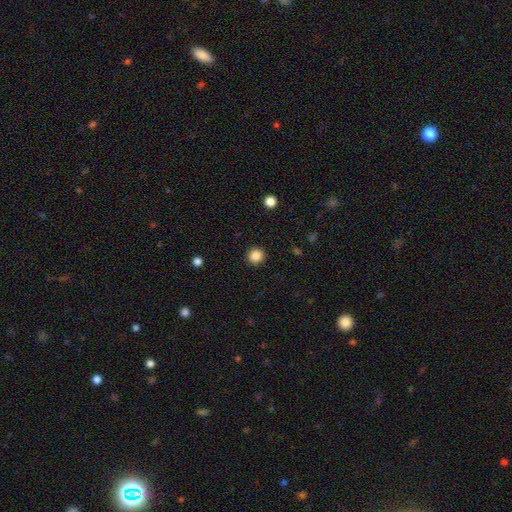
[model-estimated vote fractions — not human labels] This is clearly a smooth galaxy (86%). How rounded: clearly round (93%). Merging: clearly none (92%).